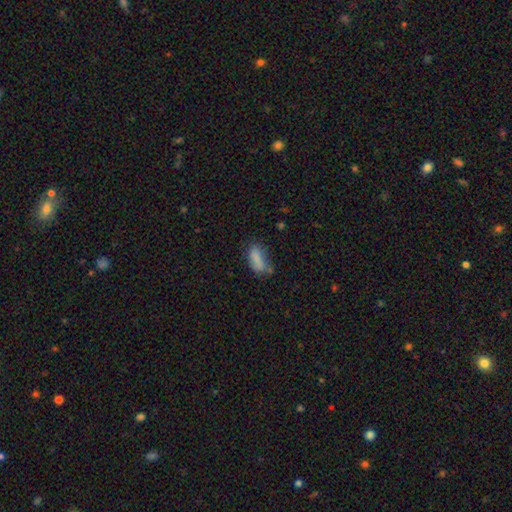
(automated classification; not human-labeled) Smooth or featured? Predicted: smooth (p=0.80). How rounded? Predicted: in between (p=0.68). Merging? Predicted: none (p=0.54).